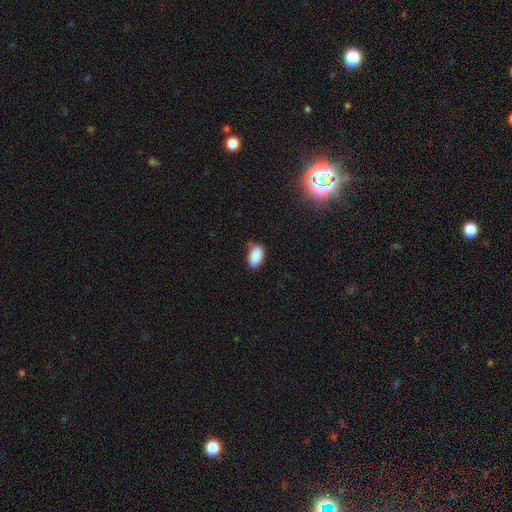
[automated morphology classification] Q: Smooth or featured?
A: smooth (90%); runner-up: star or artifact (7%)
Q: How rounded?
A: in between (94%); runner-up: round (4%)
Q: Merging?
A: none (77%); runner-up: minor disturbance (17%)